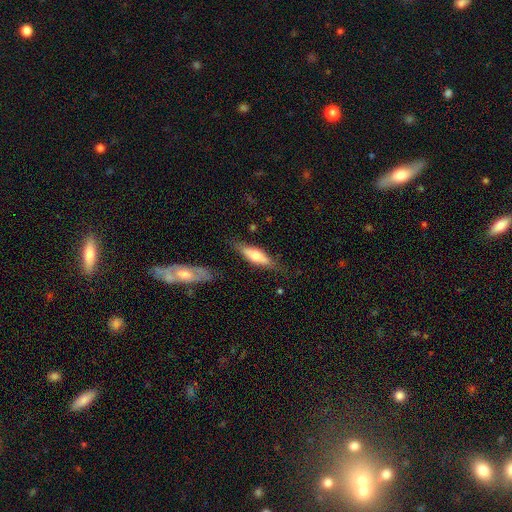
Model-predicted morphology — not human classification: Smooth or featured? smooth (56%)
How rounded? cigar-shaped (53%)
Merging? none (76%)